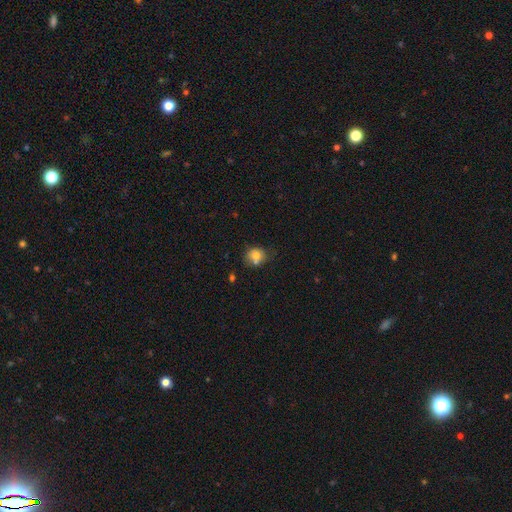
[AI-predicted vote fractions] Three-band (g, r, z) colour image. It shows a smooth galaxy with no disk features (78%) that is round (73%). Merging: none (58%).